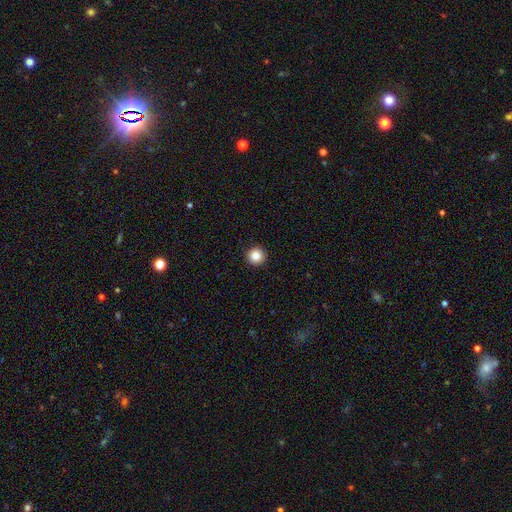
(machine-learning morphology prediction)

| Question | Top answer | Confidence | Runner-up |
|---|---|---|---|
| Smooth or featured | smooth | 86% | star or artifact (10%) |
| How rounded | round | 96% | in between (3%) |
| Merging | none | 94% | minor disturbance (4%) |